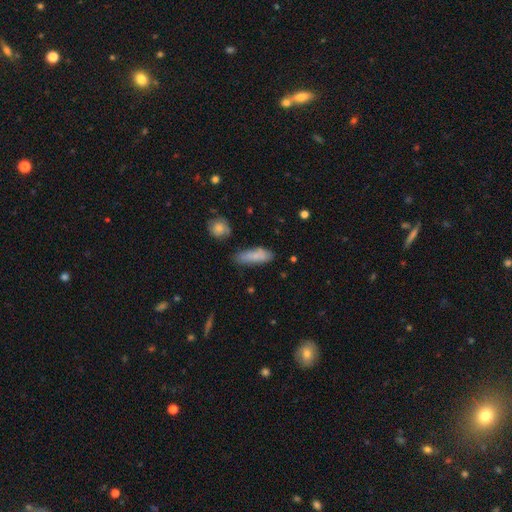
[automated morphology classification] Smooth or featured: smooth — 78% (featured or disk — 15%)
How rounded: in between — 62% (cigar-shaped — 35%)
Merging: none — 64% (minor disturbance — 24%)